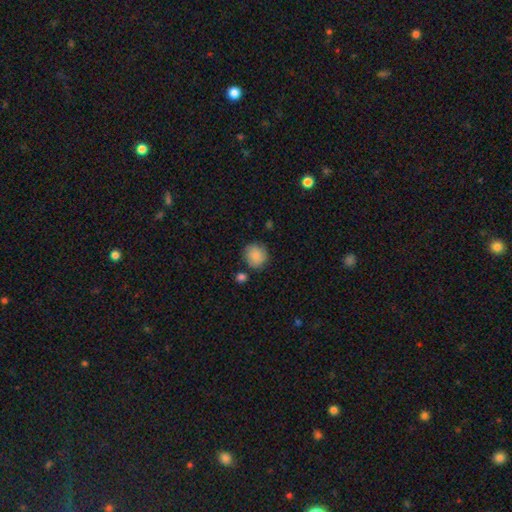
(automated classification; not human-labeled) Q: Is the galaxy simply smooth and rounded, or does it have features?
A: smooth — 88%.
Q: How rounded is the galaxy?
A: round — 86%.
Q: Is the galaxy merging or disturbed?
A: none — 80%.